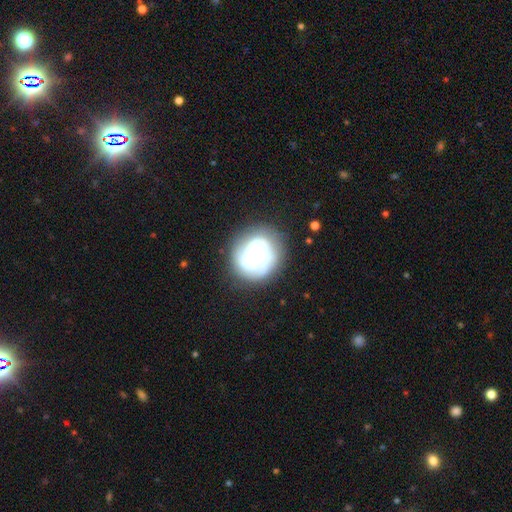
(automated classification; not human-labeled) A featured or disk galaxy (78%) with no bar (76%), 3 (36%) tight (62%) spiral arms (94%) and a moderate central bulge (40%). Merging: none (75%).